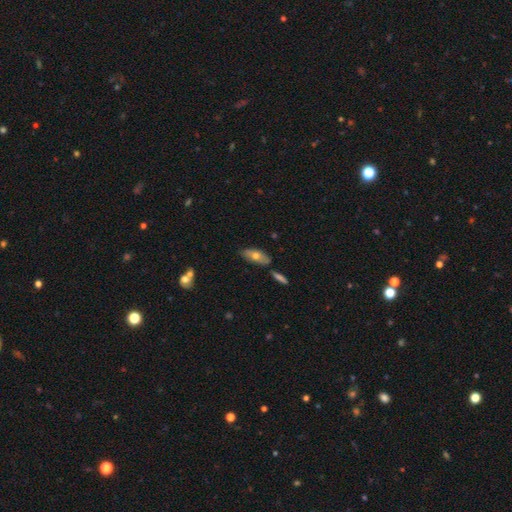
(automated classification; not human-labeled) smooth_or_featured: smooth (p=0.61) [alt: featured or disk p=0.32]
how_rounded: in between (p=0.79) [alt: cigar-shaped p=0.18]
merging: none (p=0.71) [alt: minor disturbance p=0.18]